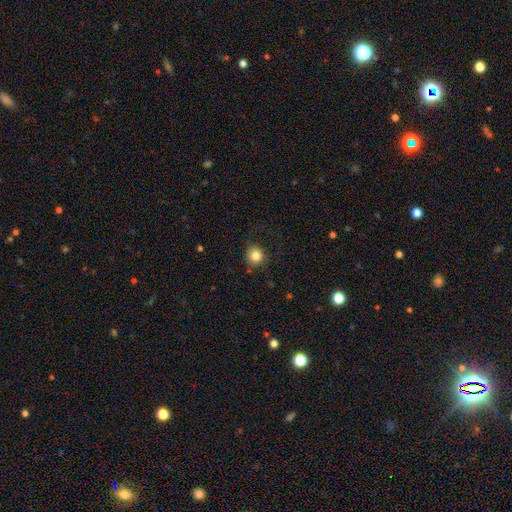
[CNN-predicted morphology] This is clearly a smooth galaxy (83%). How rounded: clearly round (90%). Merging: clearly none (84%).